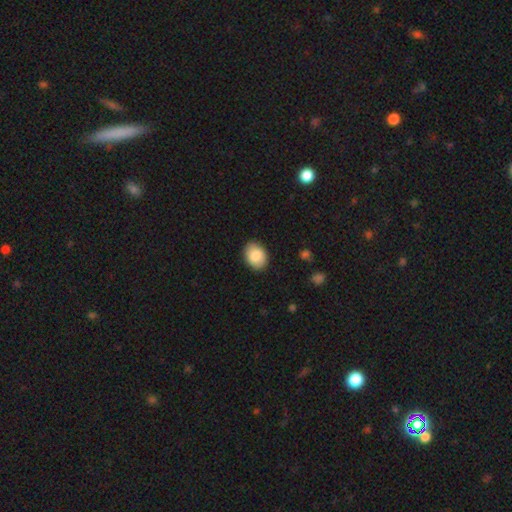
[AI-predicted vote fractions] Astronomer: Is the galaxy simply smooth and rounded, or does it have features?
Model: smooth — 85%.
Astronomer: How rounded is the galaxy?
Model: in between — 68%.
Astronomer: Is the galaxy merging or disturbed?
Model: none — 87%.